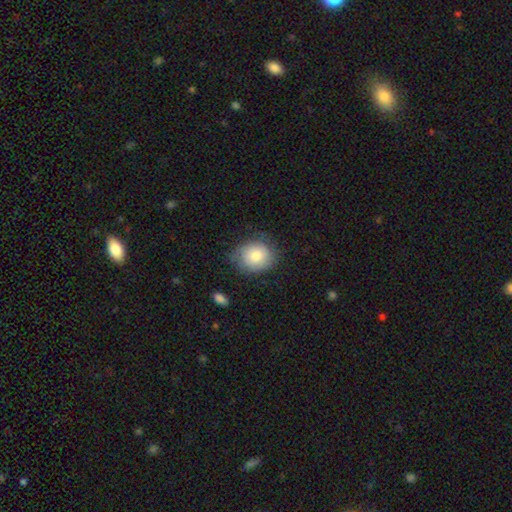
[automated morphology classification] smooth-or-featured: smooth: 79% | featured or disk: 14% | star or artifact: 7%
  how-rounded: round: 58% | in between: 41% | cigar-shaped: 1%
  merging: none: 68% | minor disturbance: 24% | major disturbance: 6% | merger: 2%